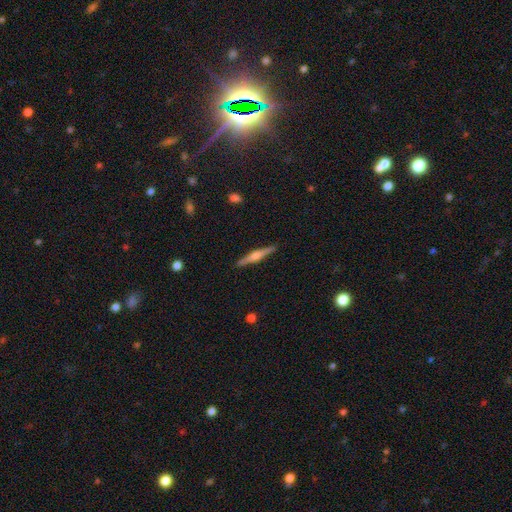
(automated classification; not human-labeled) smooth_or_featured: featured or disk (p=0.70) [alt: smooth p=0.25]
disk_edge_on: yes (p=0.98) [alt: no p=0.02]
edge_on_bulge: rounded (p=0.76) [alt: boxy p=0.17]
merging: none (p=0.91) [alt: minor disturbance p=0.07]